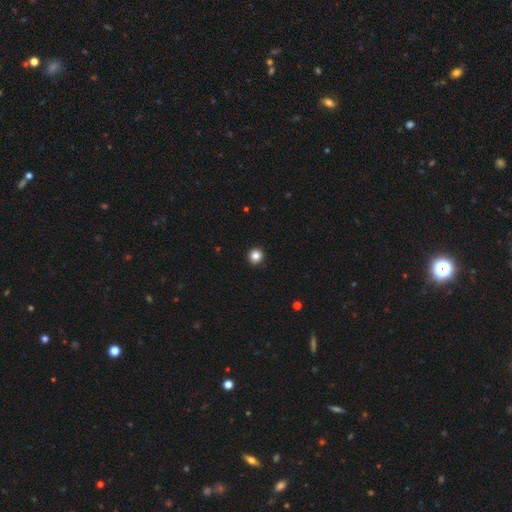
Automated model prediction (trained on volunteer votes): smooth_or_featured: smooth (p=0.85) [alt: star or artifact p=0.11]
how_rounded: round (p=0.95) [alt: in between p=0.04]
merging: none (p=0.94) [alt: minor disturbance p=0.04]